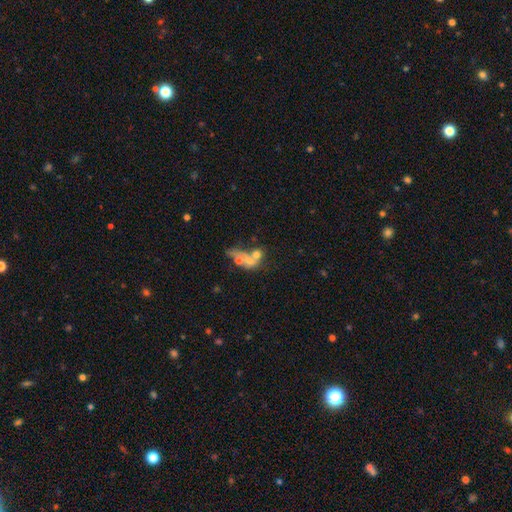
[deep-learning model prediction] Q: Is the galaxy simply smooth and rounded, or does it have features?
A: smooth — 43%.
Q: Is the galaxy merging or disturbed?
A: merger — 62%.